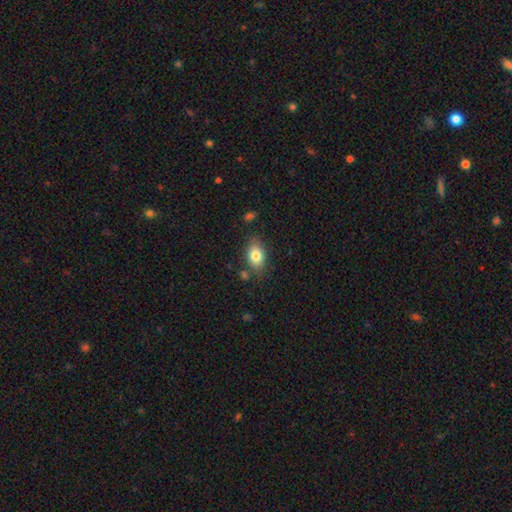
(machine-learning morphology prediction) The model was most divided on "merging": none: 77%, minor disturbance: 15%, merger: 4%, major disturbance: 4%. More confident: how rounded — in between (83%); smooth or featured — smooth (81%).